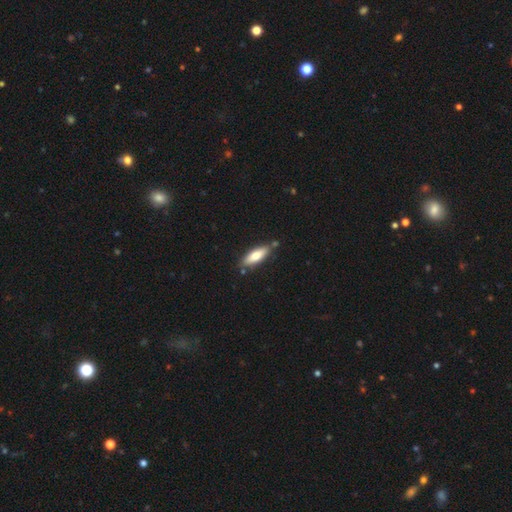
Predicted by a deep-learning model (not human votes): Overall: smooth (73%). How rounded: in between (53%; cigar-shaped 45%). Merging: none (79%).